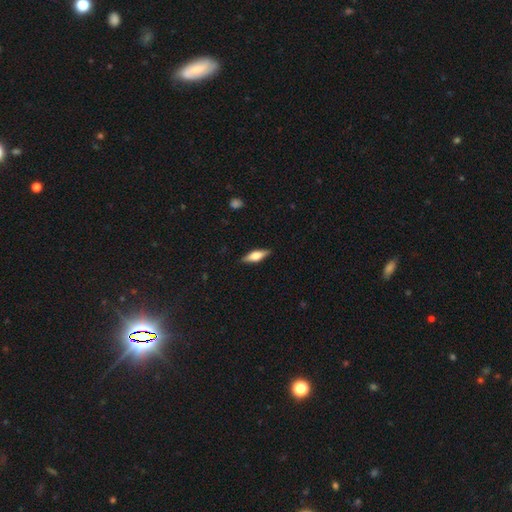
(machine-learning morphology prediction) Smooth or featured?
  - featured or disk: 48% *
  - smooth: 45%
  - star or artifact: 7%
Merging?
  - none: 88% *
  - minor disturbance: 9%
  - major disturbance: 2%
  - merger: 1%